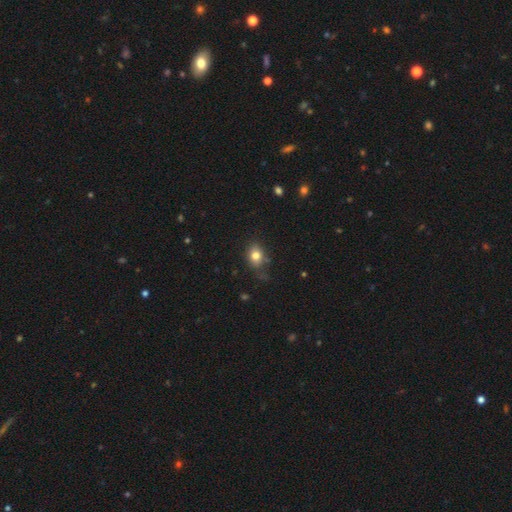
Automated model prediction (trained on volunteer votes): smooth 80%, star or artifact 11%, featured or disk 9%. Down the decision tree: how rounded — in between (59%); merging — none (70%).